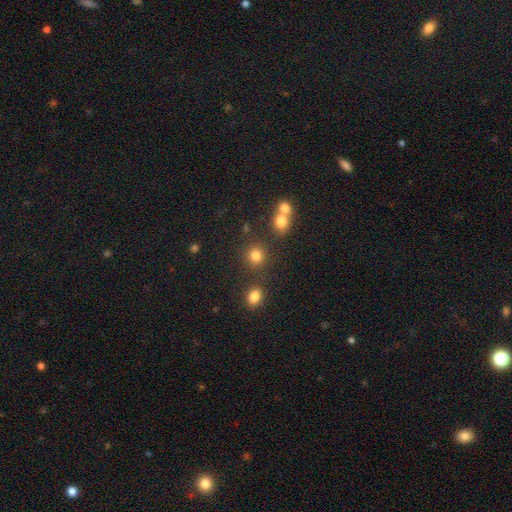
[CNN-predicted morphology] smooth_or_featured: smooth (p=0.81) [alt: star or artifact p=0.14]
how_rounded: round (p=0.89) [alt: in between p=0.10]
merging: none (p=0.80) [alt: merger p=0.09]